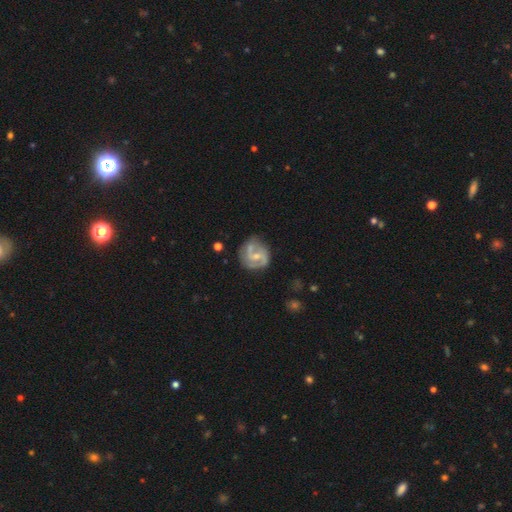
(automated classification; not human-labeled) Smooth or featured?
  - featured or disk: 77% *
  - smooth: 18%
  - star or artifact: 5%
Edge-on disk?
  - no: 98% *
  - yes: 2%
Bar?
  - weak: 48% *
  - no: 39%
  - strong: 14%
Spiral arms?
  - yes: 90% *
  - no: 10%
Spiral winding?
  - medium: 50% *
  - tight: 28%
  - loose: 22%
Spiral arm count?
  - 2: 79% *
  - can't tell: 9%
  - 3: 5%
  - 1: 4%
  - 4: 1%
  - more than 4: 1%
Bulge size?
  - small: 49% *
  - moderate: 44%
  - none: 5%
  - large: 2%
  - dominant: 1%
Merging?
  - none: 63% *
  - minor disturbance: 23%
  - major disturbance: 9%
  - merger: 4%